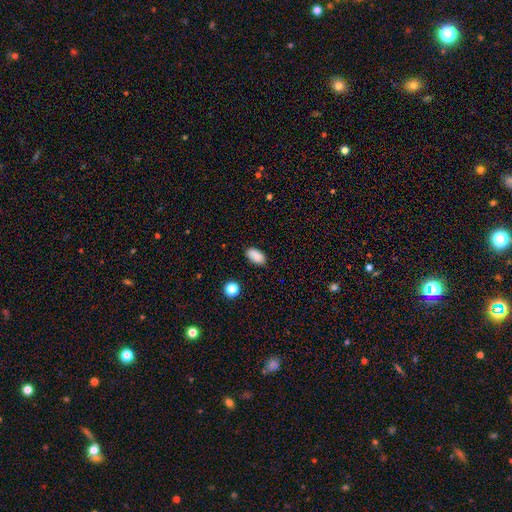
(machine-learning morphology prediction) type=smooth (88%); roundness=in between (92%); merging=none (87%).